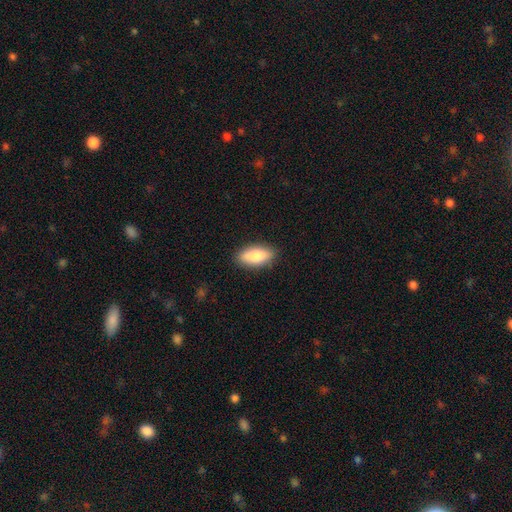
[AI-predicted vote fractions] A smooth galaxy with no disk features (81%) that is in between round and cigar-shaped (82%). Merging: none (88%).